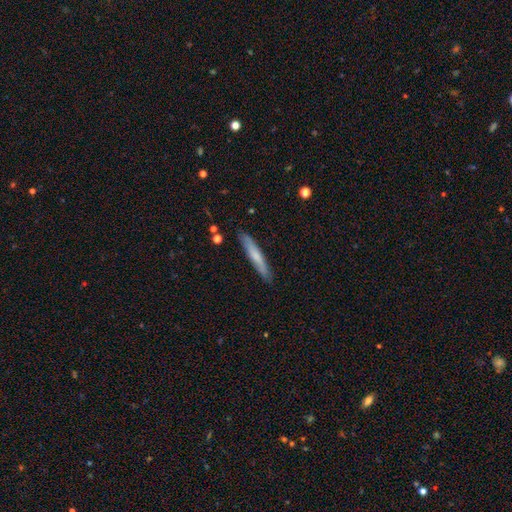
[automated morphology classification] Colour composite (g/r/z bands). It shows a smooth galaxy with no disk features (62%) that is cigar-shaped (94%). Merging: none (88%).